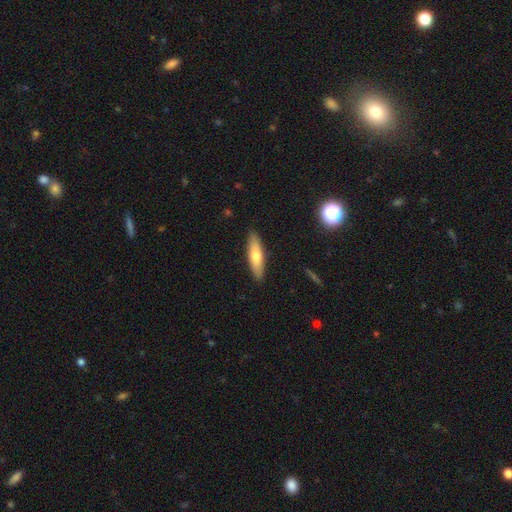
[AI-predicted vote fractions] Smooth or featured: smooth — 66% (featured or disk — 28%)
How rounded: cigar-shaped — 67% (in between — 31%)
Merging: none — 89% (minor disturbance — 8%)